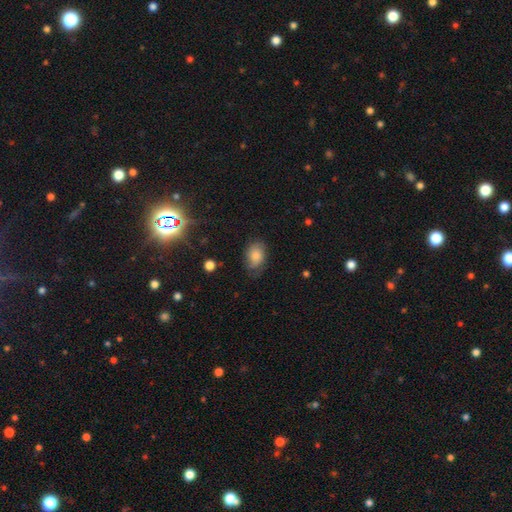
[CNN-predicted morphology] A smooth galaxy with no disk features (78%) that is in between round and cigar-shaped (83%).

Vote fractions:
- Smooth or featured? smooth: 78% / featured or disk: 13% / star or artifact: 9%
- How rounded? in between: 83% / round: 16% / cigar-shaped: 1%
- Merging? none: 66% / minor disturbance: 25% / major disturbance: 8% / merger: 1%